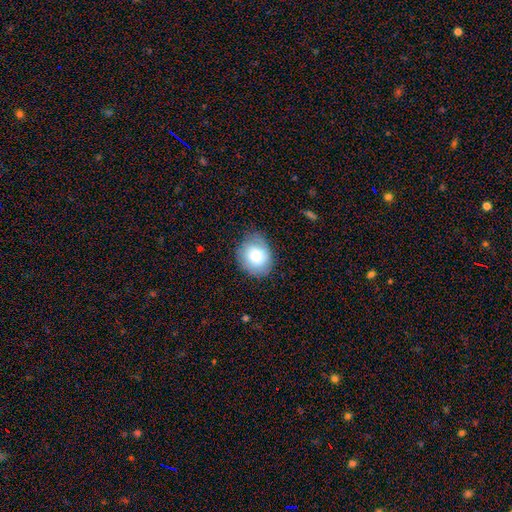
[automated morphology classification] type=smooth (72%); roundness=round (56%); merging=none (76%).